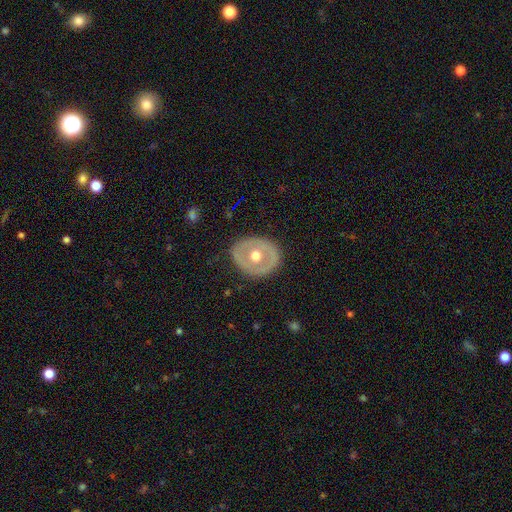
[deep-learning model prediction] featured or disk 57%, smooth 38%, star or artifact 6%. Down the decision tree: edge-on disk — no (93%); bar — no (87%); spiral arms — no (91%); bulge size — moderate (80%); merging — none (85%).